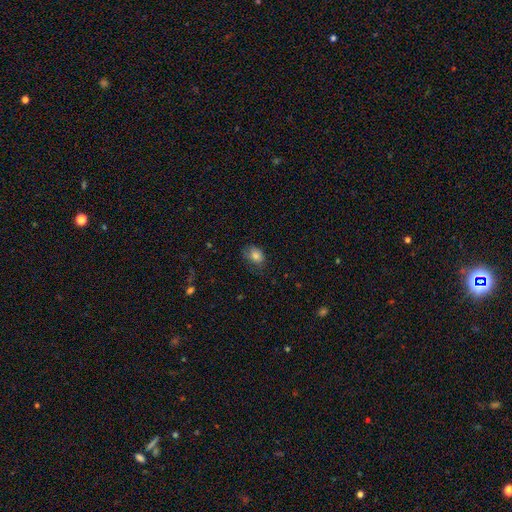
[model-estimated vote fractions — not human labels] Smooth or featured: smooth — 81% (featured or disk — 10%)
How rounded: in between — 67% (round — 32%)
Merging: none — 63% (minor disturbance — 27%)